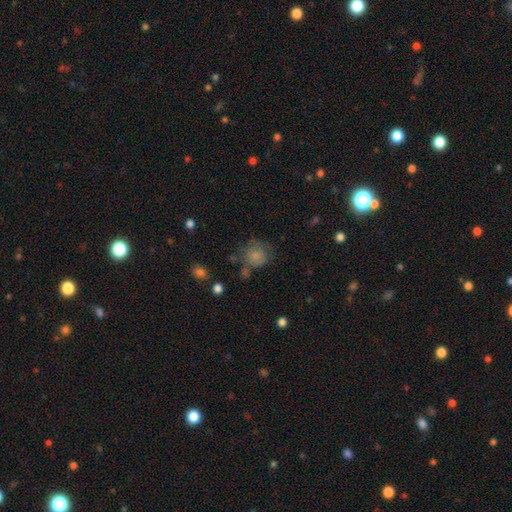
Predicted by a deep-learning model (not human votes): Smooth or featured? Predicted: smooth (p=0.75). How rounded? Predicted: round (p=0.80). Merging? Predicted: none (p=0.52).